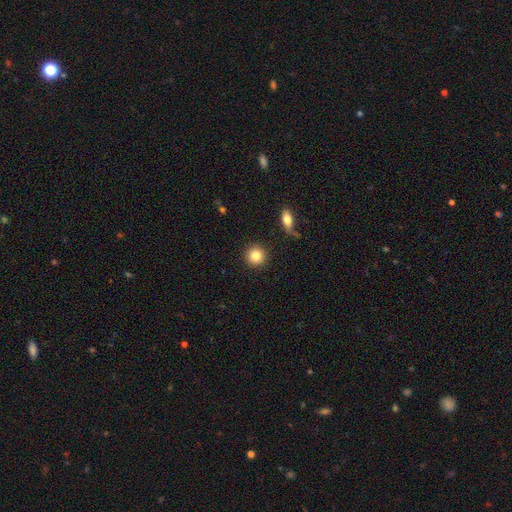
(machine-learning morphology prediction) smooth 84%, star or artifact 9%, featured or disk 7%. Down the decision tree: how rounded — round (93%); merging — none (91%).